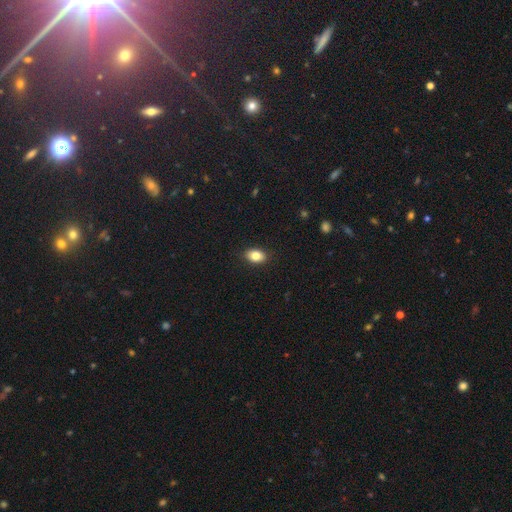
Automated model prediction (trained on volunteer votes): A smooth galaxy with no disk features (84%) that is in between round and cigar-shaped (85%).

Vote fractions:
- Smooth or featured? smooth: 84% / star or artifact: 8% / featured or disk: 8%
- How rounded? in between: 85% / round: 14% / cigar-shaped: 2%
- Merging? none: 89% / minor disturbance: 8% / major disturbance: 2% / merger: 1%